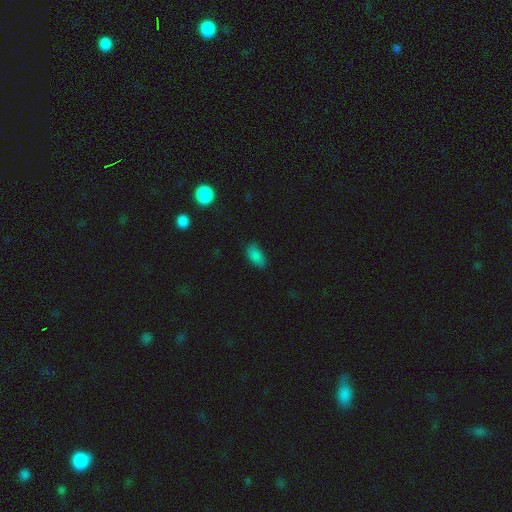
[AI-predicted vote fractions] Morphology: type=smooth (84%); roundness=in between (92%); merging=none (78%).